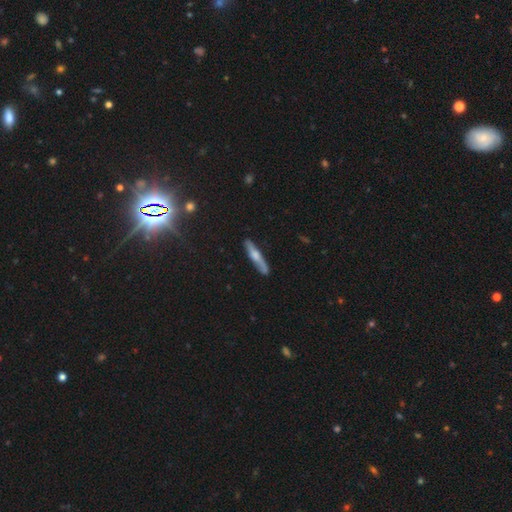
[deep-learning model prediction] This appears to be a smooth galaxy with no disk features (47%, tied with featured or disk). Merging: none (84%).